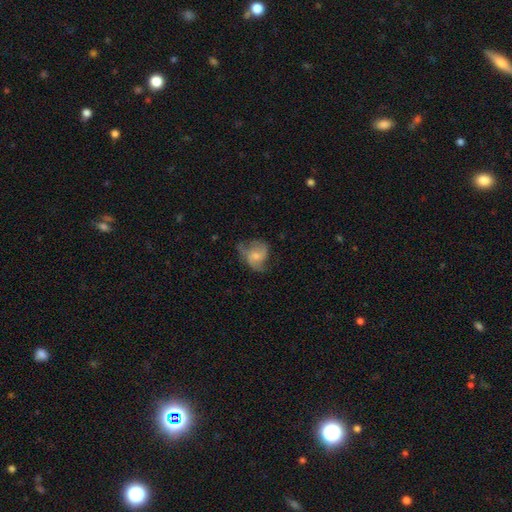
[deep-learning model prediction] The model was most divided on "bulge size": small: 48%, moderate: 39%, none: 9%, large: 3%, dominant: 1%. Remaining: edge-on disk — no (97%); spiral arms — yes (82%); smooth or featured — featured or disk (58%); bar — no (54%); merging — none (47%).